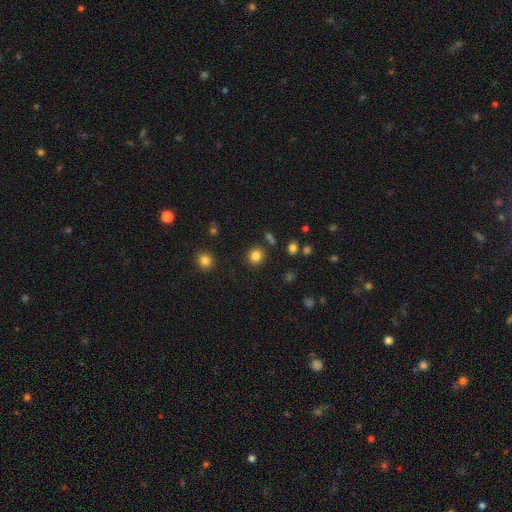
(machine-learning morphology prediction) smooth 84%, star or artifact 12%, featured or disk 4%. Down the decision tree: how rounded — round (87%); merging — none (87%).